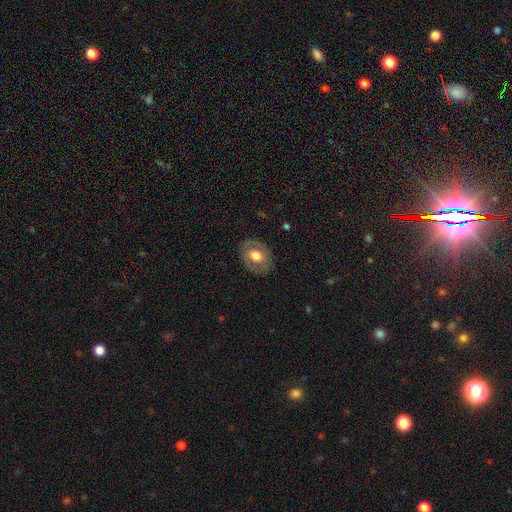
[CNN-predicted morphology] The model was most divided on "smooth or featured": smooth: 57%, featured or disk: 36%, star or artifact: 7%. More confident: merging — none (82%); how rounded — in between (62%).